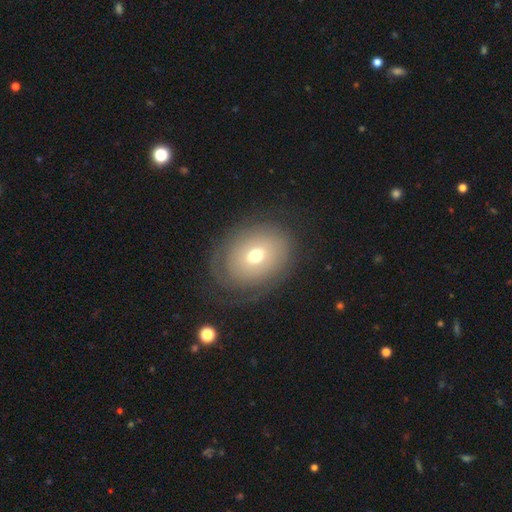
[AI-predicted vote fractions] Smooth or featured: smooth — 47% (featured or disk — 43%)
Merging: none — 69% (minor disturbance — 17%)